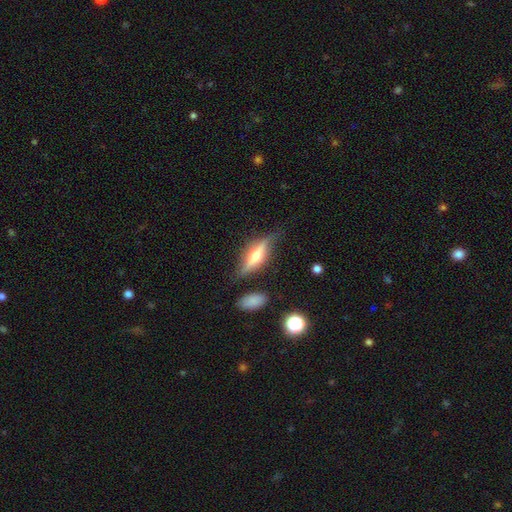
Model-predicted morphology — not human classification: Smooth or featured?
  - featured or disk: 67% *
  - smooth: 26%
  - star or artifact: 7%
Edge-on disk?
  - yes: 92% *
  - no: 8%
Edge-on bulge?
  - rounded: 87% *
  - boxy: 9%
  - none: 4%
Merging?
  - none: 74% *
  - minor disturbance: 18%
  - major disturbance: 6%
  - merger: 3%